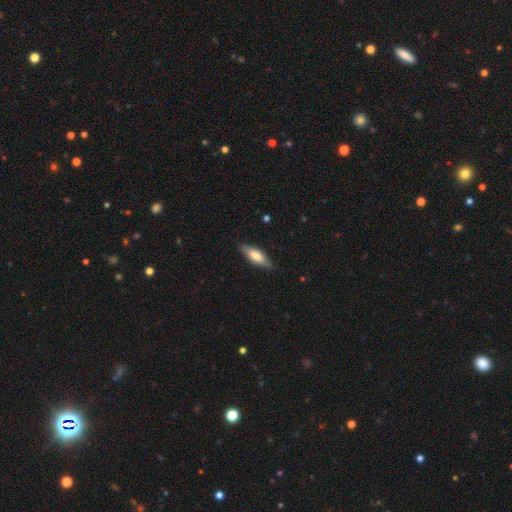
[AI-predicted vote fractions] Smooth or featured?
  - smooth: 63% *
  - featured or disk: 31%
  - star or artifact: 6%
How rounded?
  - in between: 56% *
  - cigar-shaped: 42%
  - round: 2%
Merging?
  - none: 82% *
  - minor disturbance: 15%
  - major disturbance: 3%
  - merger: 1%